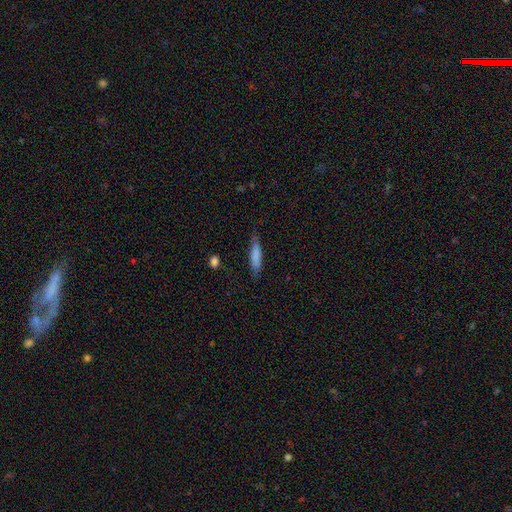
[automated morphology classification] Smooth or featured? smooth (80%)
How rounded? cigar-shaped (76%)
Merging? none (75%)